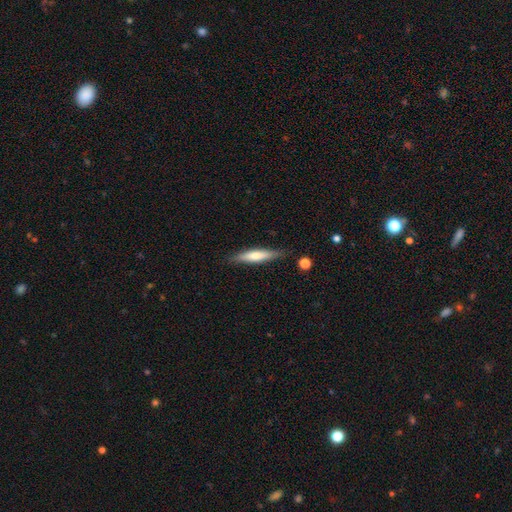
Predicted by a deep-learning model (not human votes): This appears to be a smooth galaxy with no disk features (59%) that is cigar-shaped (85%). Merging: none (84%).